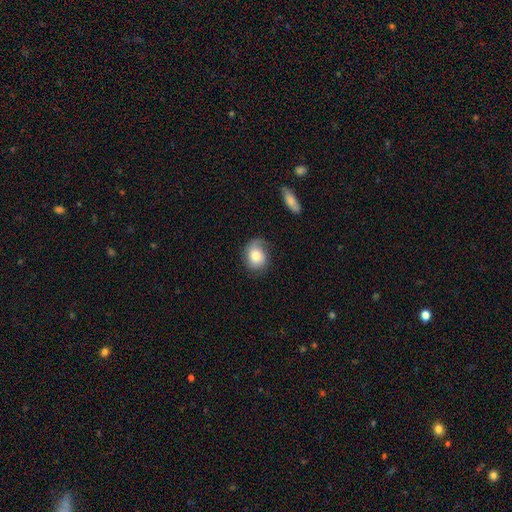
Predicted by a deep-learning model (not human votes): Smooth or featured? smooth (62%)
How rounded? round (56%)
Merging? none (60%)